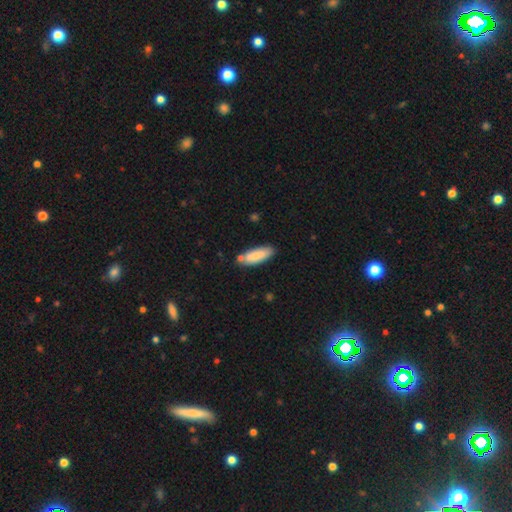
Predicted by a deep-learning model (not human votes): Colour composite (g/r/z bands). It shows a smooth galaxy with no disk features (80%) that is in between round and cigar-shaped (57%). Merging: none (71%).